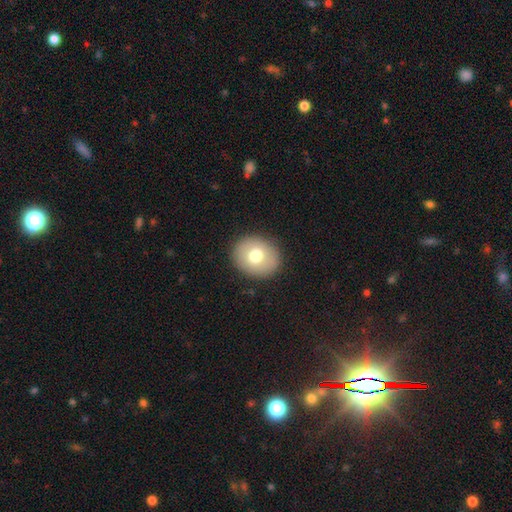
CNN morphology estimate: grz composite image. It shows a smooth galaxy with no disk features (73%) that is round (66%). Merging: none (89%).